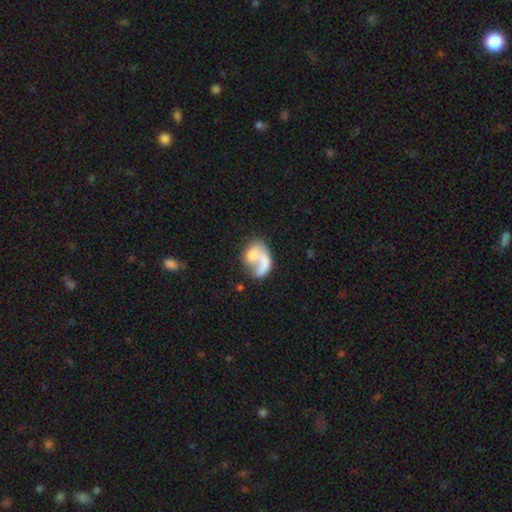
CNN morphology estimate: A smooth galaxy with no disk features (47%). Merging: merger (32%).